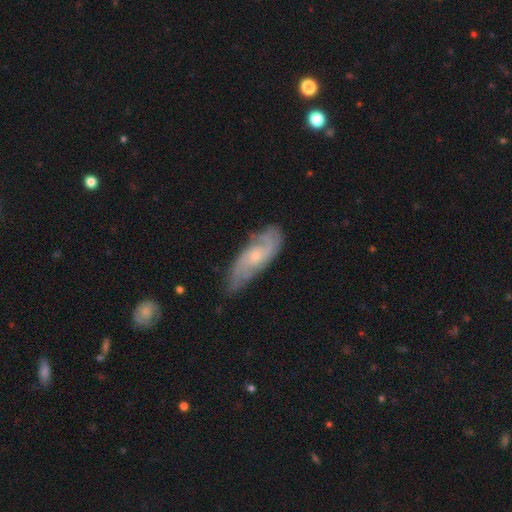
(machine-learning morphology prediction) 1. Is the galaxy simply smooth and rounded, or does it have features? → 80% featured or disk, 14% smooth, 6% star or artifact.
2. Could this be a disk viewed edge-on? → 90% no, 10% yes.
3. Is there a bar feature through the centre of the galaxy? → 67% no, 28% weak, 4% strong.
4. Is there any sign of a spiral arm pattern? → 94% yes, 6% no.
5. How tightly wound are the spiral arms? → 42% medium, 41% tight, 16% loose.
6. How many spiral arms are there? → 49% 2, 25% can't tell, 14% 3, 5% 4, 4% 1, 3% more than 4.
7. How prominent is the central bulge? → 72% small, 24% moderate, 2% none, 1% large, 1% dominant.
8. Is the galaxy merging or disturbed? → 68% none, 24% minor disturbance, 6% major disturbance, 2% merger.